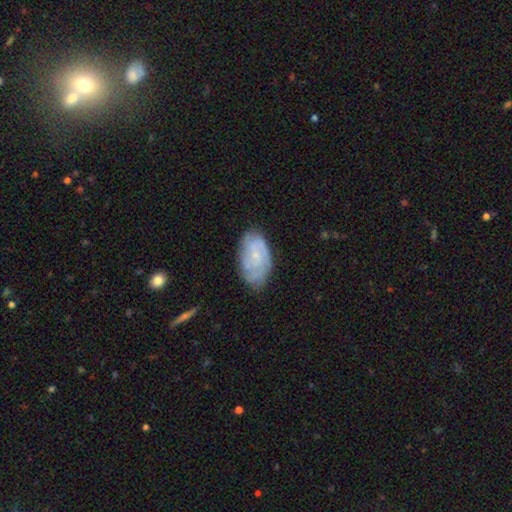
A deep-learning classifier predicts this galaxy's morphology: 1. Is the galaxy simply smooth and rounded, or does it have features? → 69% featured or disk, 24% smooth, 6% star or artifact.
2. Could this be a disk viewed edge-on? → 96% no, 4% yes.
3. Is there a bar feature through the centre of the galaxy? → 65% no, 30% weak, 5% strong.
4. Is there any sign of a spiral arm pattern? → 90% yes, 10% no.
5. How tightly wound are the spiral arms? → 57% tight, 33% medium, 10% loose.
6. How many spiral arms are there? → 35% can't tell, 31% 2, 19% 3, 7% 4, 4% 1, 4% more than 4.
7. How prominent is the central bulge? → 72% small, 15% moderate, 11% none, 1% large, 1% dominant.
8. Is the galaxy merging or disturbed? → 70% none, 23% minor disturbance, 6% major disturbance, 2% merger.